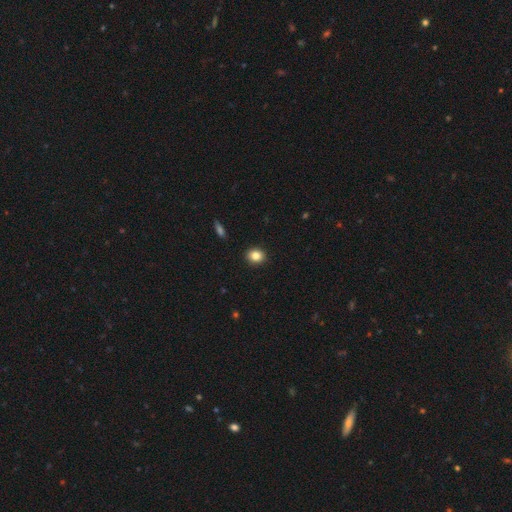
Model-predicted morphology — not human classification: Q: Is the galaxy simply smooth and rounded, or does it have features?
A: smooth — 84%.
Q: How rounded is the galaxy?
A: round — 66%.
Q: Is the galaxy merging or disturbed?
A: none — 92%.